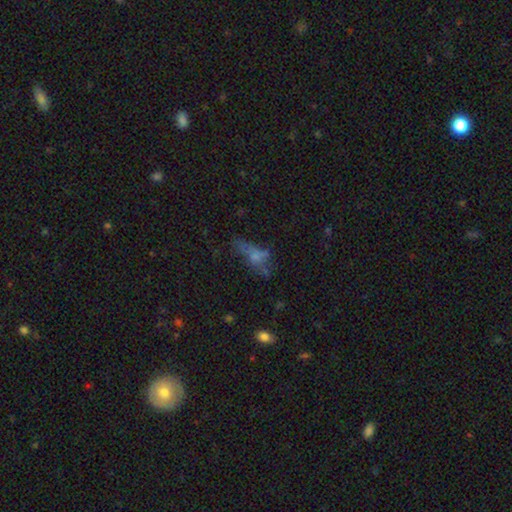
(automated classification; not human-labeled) Smooth or featured? smooth (50%)
Merging? none (37%)